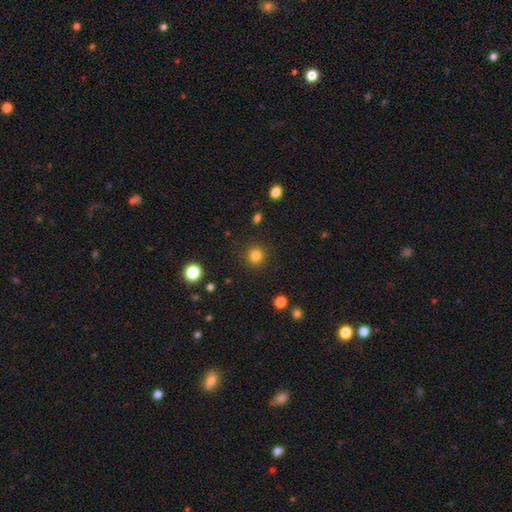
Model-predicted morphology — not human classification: smooth-or-featured: smooth: 83% | star or artifact: 13% | featured or disk: 4%
  how-rounded: round: 92% | in between: 7% | cigar-shaped: 1%
  merging: none: 89% | minor disturbance: 6% | major disturbance: 3% | merger: 1%